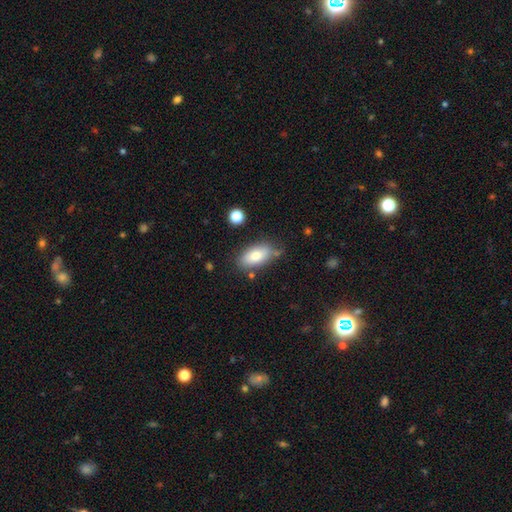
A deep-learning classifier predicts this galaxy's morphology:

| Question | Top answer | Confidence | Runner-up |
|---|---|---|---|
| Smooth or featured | smooth | 77% | featured or disk (16%) |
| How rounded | in between | 89% | cigar-shaped (7%) |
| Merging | none | 72% | minor disturbance (18%) |